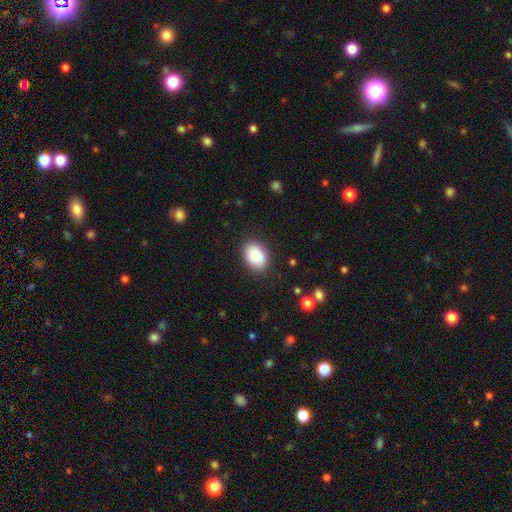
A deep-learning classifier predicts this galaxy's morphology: Smooth or featured? smooth (87%)
How rounded? in between (79%)
Merging? none (86%)